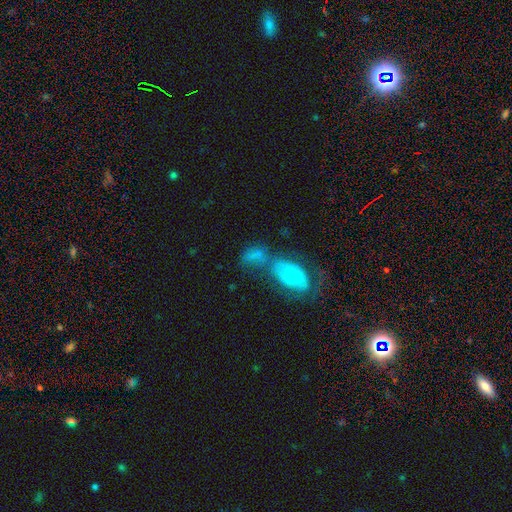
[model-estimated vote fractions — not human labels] Smooth or featured: smooth — 62% (featured or disk — 25%)
How rounded: in between — 81% (round — 13%)
Merging: merger — 55% (none — 23%)